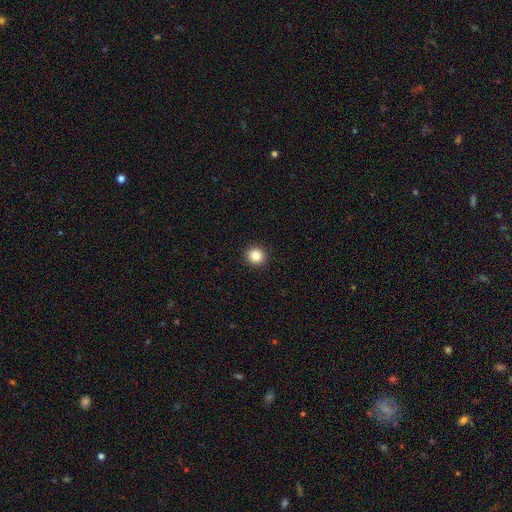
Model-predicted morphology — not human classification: Smooth or featured?
  - smooth: 85% *
  - star or artifact: 10%
  - featured or disk: 4%
How rounded?
  - round: 92% *
  - in between: 7%
  - cigar-shaped: 1%
Merging?
  - none: 93% *
  - minor disturbance: 5%
  - major disturbance: 2%
  - merger: 1%